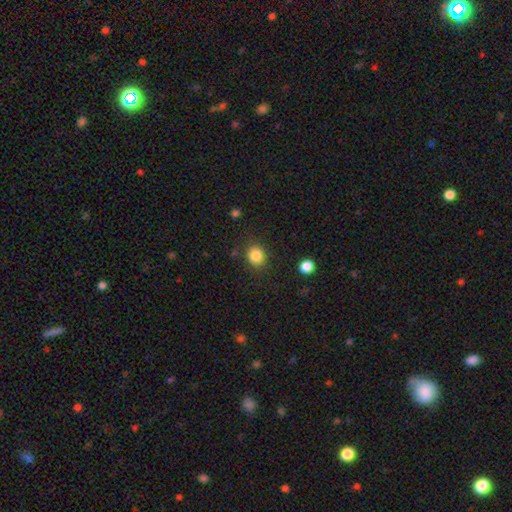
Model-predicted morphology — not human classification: Overall: smooth (84%). How rounded: round (78%). Merging: none (85%).